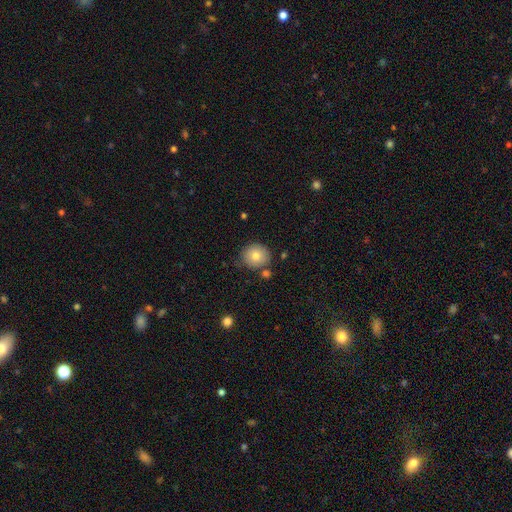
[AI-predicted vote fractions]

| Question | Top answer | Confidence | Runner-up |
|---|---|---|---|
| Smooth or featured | smooth | 79% | featured or disk (11%) |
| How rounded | round | 87% | in between (12%) |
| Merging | none | 78% | minor disturbance (12%) |